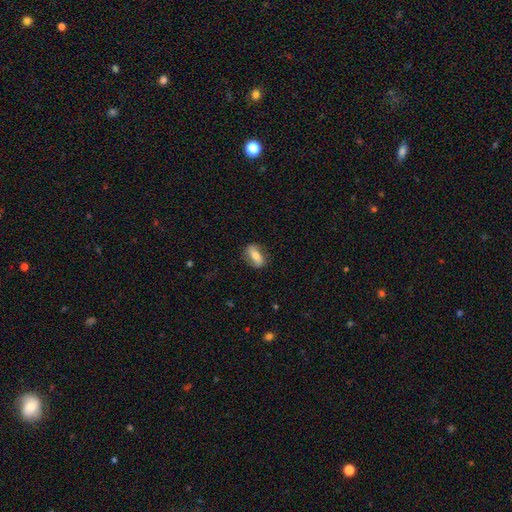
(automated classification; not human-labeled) Overall: smooth (54%; featured or disk 39%). How rounded: in between (80%). Merging: none (80%).